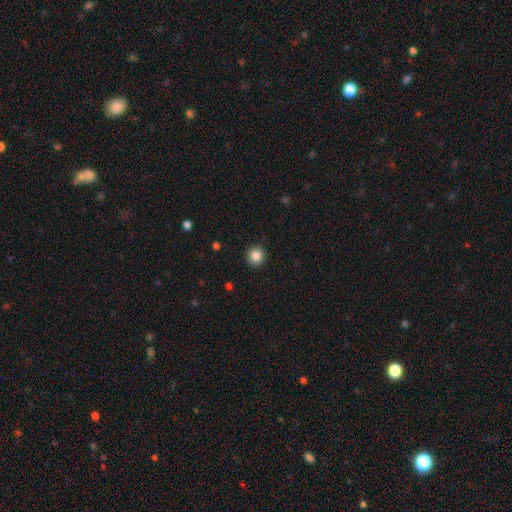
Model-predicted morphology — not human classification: Smooth or featured?
  - smooth: 85% *
  - star or artifact: 10%
  - featured or disk: 5%
How rounded?
  - round: 91% *
  - in between: 8%
  - cigar-shaped: 1%
Merging?
  - none: 92% *
  - minor disturbance: 5%
  - major disturbance: 2%
  - merger: 1%